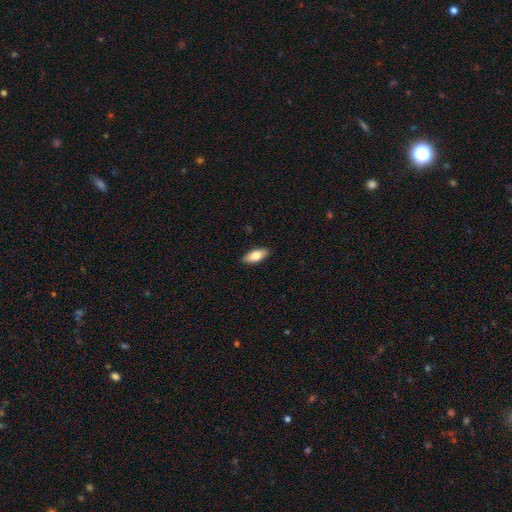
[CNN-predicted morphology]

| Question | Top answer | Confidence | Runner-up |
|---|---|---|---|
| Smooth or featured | smooth | 78% | featured or disk (16%) |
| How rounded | in between | 83% | cigar-shaped (15%) |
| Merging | none | 89% | minor disturbance (8%) |